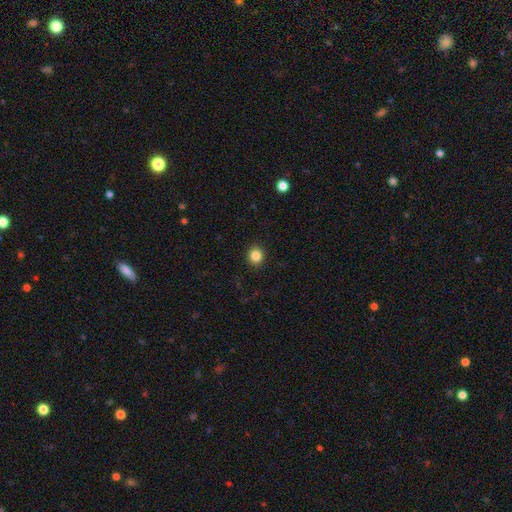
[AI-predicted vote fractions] smooth_or_featured: smooth (p=0.85) [alt: star or artifact p=0.11]
how_rounded: round (p=0.86) [alt: in between p=0.13]
merging: none (p=0.92) [alt: minor disturbance p=0.05]